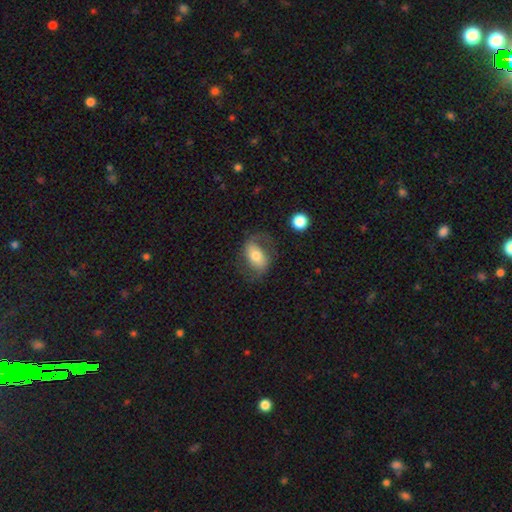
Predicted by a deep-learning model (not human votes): smooth-or-featured: featured or disk: 48% | smooth: 45% | star or artifact: 8%
  merging: none: 58% | minor disturbance: 21% | major disturbance: 19% | merger: 2%